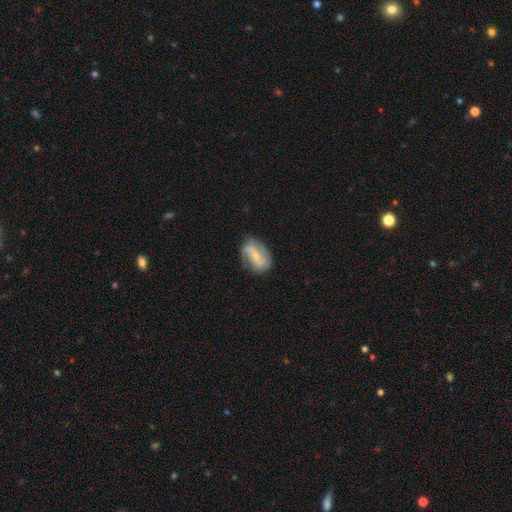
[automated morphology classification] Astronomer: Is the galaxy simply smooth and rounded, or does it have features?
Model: featured or disk — 73%.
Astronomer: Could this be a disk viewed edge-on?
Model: no — 97%.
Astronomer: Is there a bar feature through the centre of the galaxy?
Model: weak — 43% (runner-up: no, 39%).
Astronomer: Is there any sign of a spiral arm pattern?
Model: yes — 92%.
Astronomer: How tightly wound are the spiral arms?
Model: medium — 42% (runner-up: loose, 37%).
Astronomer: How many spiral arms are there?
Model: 2 — 78%.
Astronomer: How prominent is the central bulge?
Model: small — 61%.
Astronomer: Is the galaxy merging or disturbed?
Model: none — 73%.